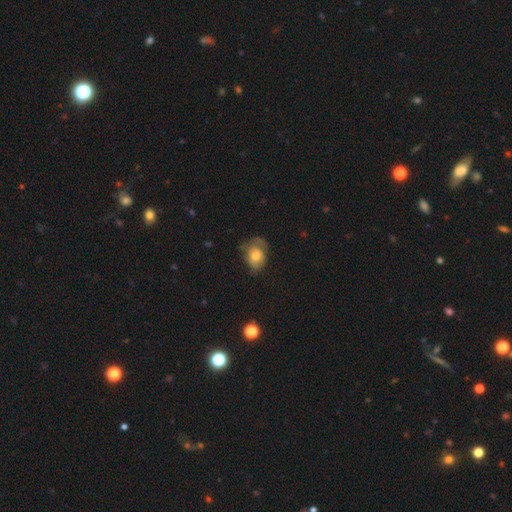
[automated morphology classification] A smooth galaxy with no disk features (65%) that is in between round and cigar-shaped (63%).

Vote fractions:
- Smooth or featured? smooth: 65% / featured or disk: 27% / star or artifact: 9%
- How rounded? in between: 63% / round: 36% / cigar-shaped: 1%
- Merging? none: 48% / minor disturbance: 32% / major disturbance: 18% / merger: 2%